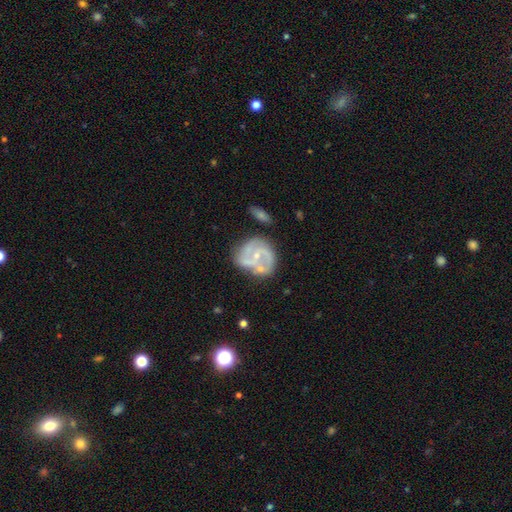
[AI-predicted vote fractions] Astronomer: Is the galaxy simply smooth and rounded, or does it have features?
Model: featured or disk — 80%.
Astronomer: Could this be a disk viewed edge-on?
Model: no — 98%.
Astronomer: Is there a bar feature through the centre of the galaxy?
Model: no — 53% (runner-up: weak, 36%).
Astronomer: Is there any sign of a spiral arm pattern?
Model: yes — 88%.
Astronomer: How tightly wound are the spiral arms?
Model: medium — 47% (runner-up: tight, 34%).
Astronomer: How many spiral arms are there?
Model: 2 — 43% (runner-up: 3, 27%).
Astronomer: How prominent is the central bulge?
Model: small — 71%.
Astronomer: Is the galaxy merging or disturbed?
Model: none — 50%.